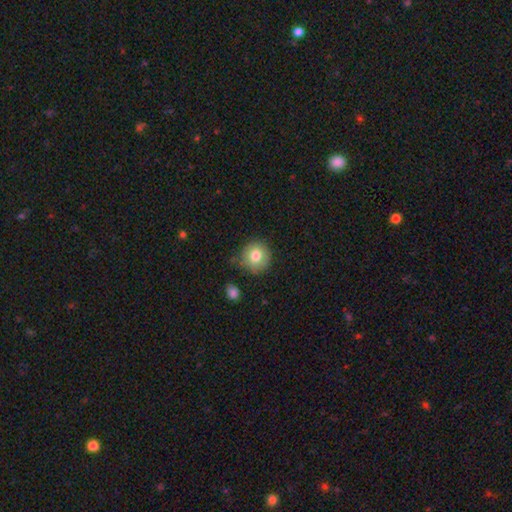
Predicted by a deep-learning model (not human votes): The model was most divided on "merging": none: 75%, minor disturbance: 17%, major disturbance: 4%, merger: 3%. More confident: how rounded — round (91%); smooth or featured — smooth (78%).